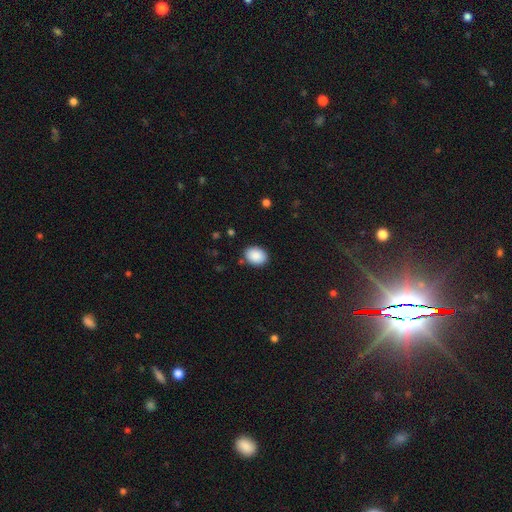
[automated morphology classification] smooth_or_featured: smooth (p=0.89) [alt: star or artifact p=0.07]
how_rounded: in between (p=0.65) [alt: round p=0.34]
merging: none (p=0.86) [alt: minor disturbance p=0.10]